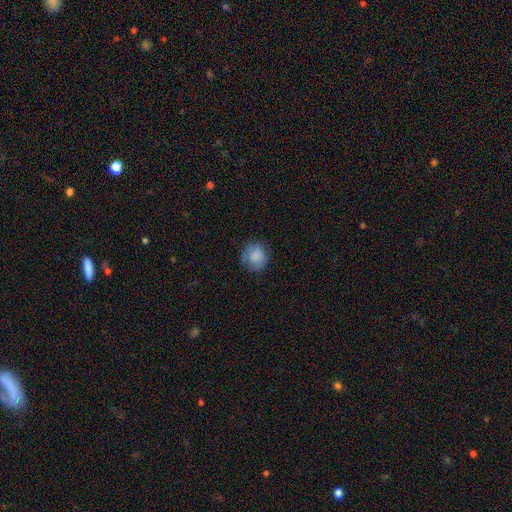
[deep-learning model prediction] A smooth galaxy with no disk features (84%) that is round (83%).

Vote fractions:
- Smooth or featured? smooth: 84% / star or artifact: 9% / featured or disk: 8%
- How rounded? round: 83% / in between: 16% / cigar-shaped: 1%
- Merging? none: 74% / minor disturbance: 19% / major disturbance: 6% / merger: 1%